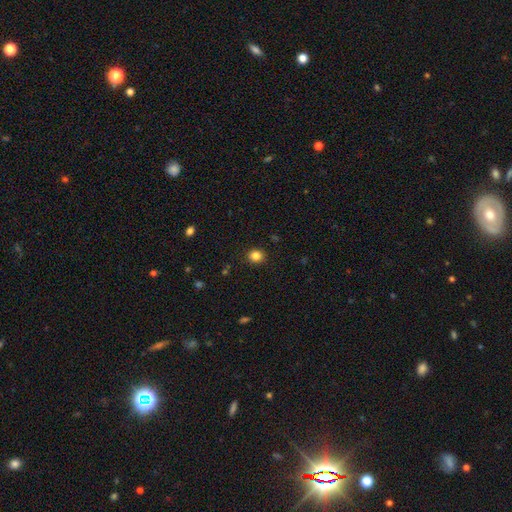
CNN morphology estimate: smooth-or-featured: smooth: 83% | star or artifact: 12% | featured or disk: 5%
  how-rounded: round: 83% | in between: 16% | cigar-shaped: 1%
  merging: none: 91% | minor disturbance: 6% | major disturbance: 2% | merger: 1%